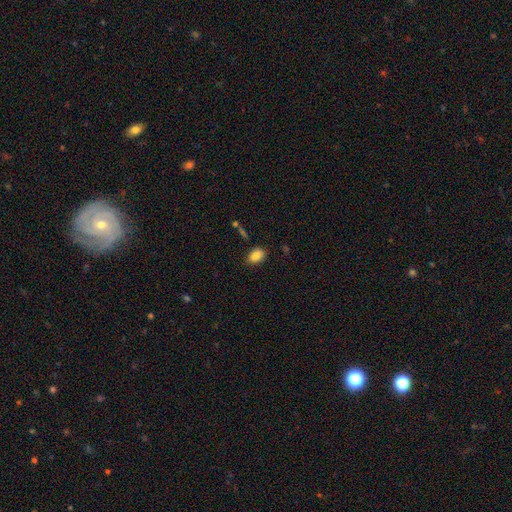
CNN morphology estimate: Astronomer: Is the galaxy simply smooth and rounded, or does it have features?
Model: smooth — 83%.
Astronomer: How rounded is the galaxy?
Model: in between — 82%.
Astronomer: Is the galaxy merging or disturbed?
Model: none — 81%.